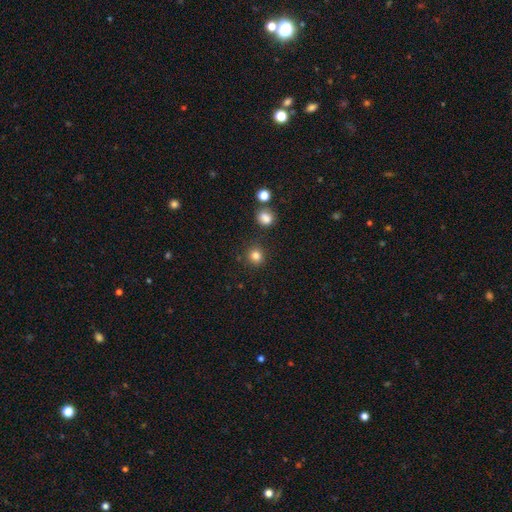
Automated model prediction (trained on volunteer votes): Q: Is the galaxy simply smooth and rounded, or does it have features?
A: smooth — 82%.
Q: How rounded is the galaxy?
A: round — 89%.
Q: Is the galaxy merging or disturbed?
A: none — 87%.